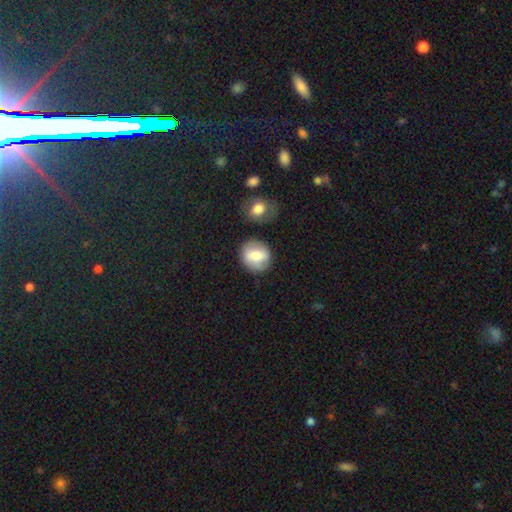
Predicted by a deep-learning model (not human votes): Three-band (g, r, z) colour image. It shows a smooth galaxy with no disk features (68%) that is round (77%). Merging: none (79%).